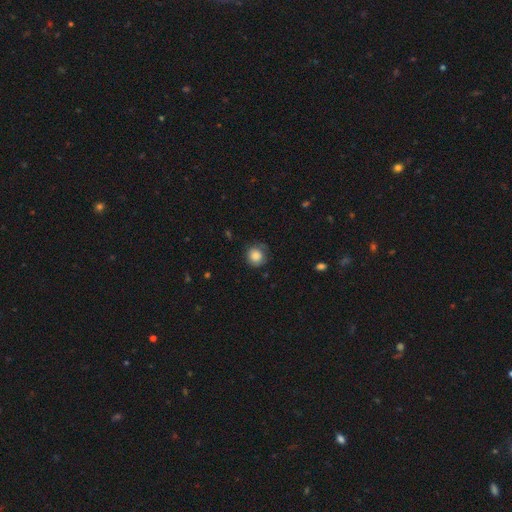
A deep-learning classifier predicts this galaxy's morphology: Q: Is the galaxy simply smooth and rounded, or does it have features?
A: smooth — 83%.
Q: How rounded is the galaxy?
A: round — 91%.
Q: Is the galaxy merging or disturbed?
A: none — 72%.